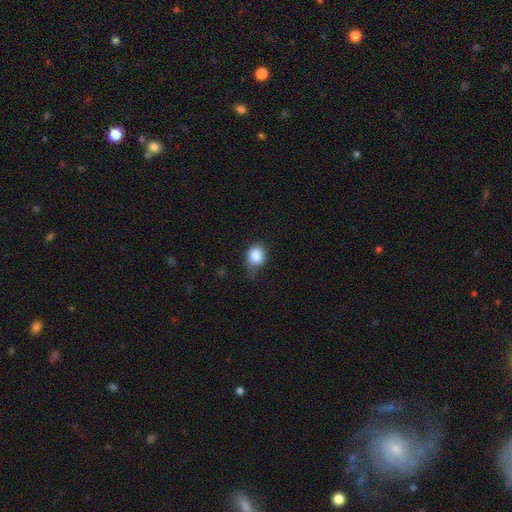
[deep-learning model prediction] The model was most divided on "merging": none: 54%, minor disturbance: 35%, major disturbance: 9%, merger: 2%. More confident: smooth or featured — smooth (84%); how rounded — round (69%).